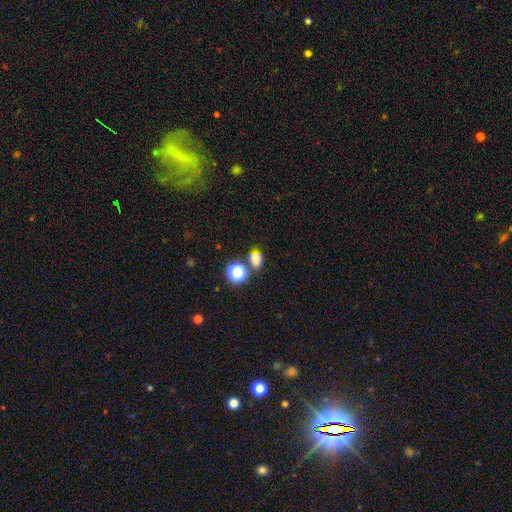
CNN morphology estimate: Smooth or featured? Predicted: smooth (p=0.74). How rounded? Predicted: in between (p=0.62). Merging? Predicted: none (p=0.67).